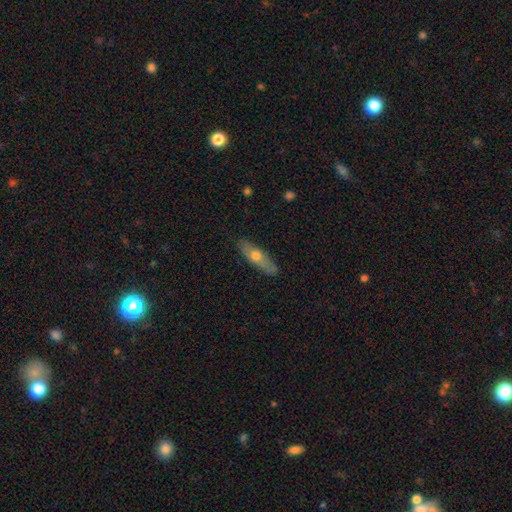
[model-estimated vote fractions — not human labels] Smooth or featured?
  - featured or disk: 48% *
  - smooth: 46%
  - star or artifact: 6%
Merging?
  - none: 85% *
  - minor disturbance: 12%
  - major disturbance: 2%
  - merger: 1%